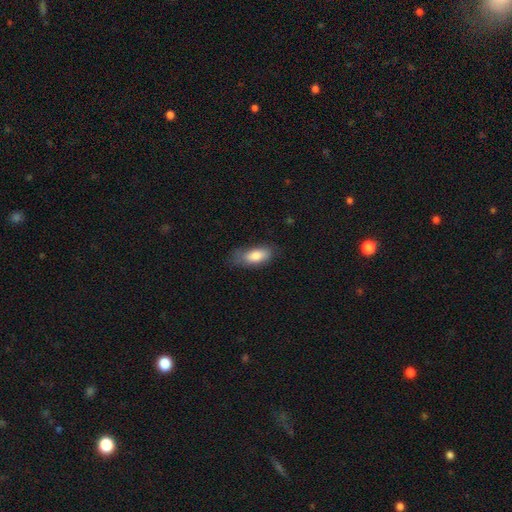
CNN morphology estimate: Smooth or featured? Predicted: smooth (p=0.81). How rounded? Predicted: in between (p=0.85). Merging? Predicted: none (p=0.57).